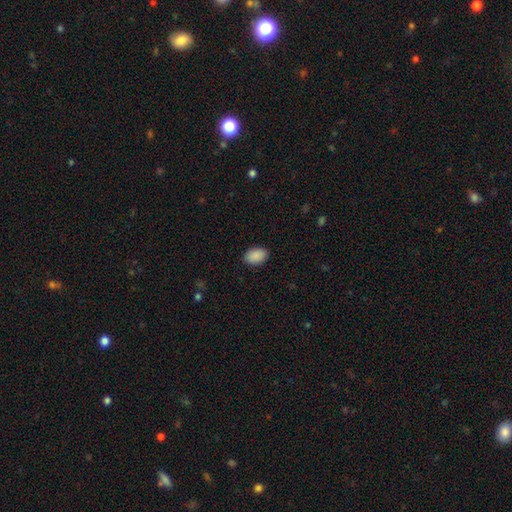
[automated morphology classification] This appears to be a smooth galaxy with no disk features (90%) that is in between round and cigar-shaped (90%). Merging: none (89%).